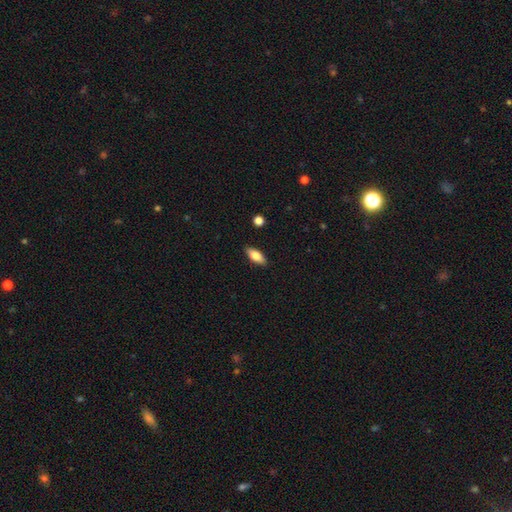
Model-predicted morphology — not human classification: Smooth or featured?
  - smooth: 77% *
  - featured or disk: 16%
  - star or artifact: 7%
How rounded?
  - in between: 80% *
  - cigar-shaped: 17%
  - round: 2%
Merging?
  - none: 88% *
  - minor disturbance: 9%
  - major disturbance: 2%
  - merger: 1%